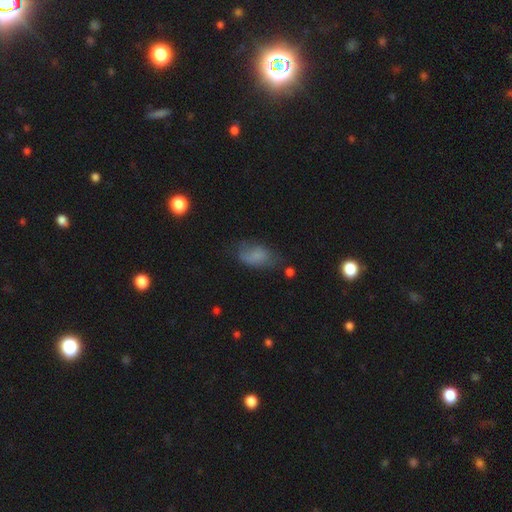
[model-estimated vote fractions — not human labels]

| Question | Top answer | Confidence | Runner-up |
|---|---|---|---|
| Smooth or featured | smooth | 73% | featured or disk (16%) |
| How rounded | in between | 90% | round (6%) |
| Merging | none | 53% | minor disturbance (30%) |